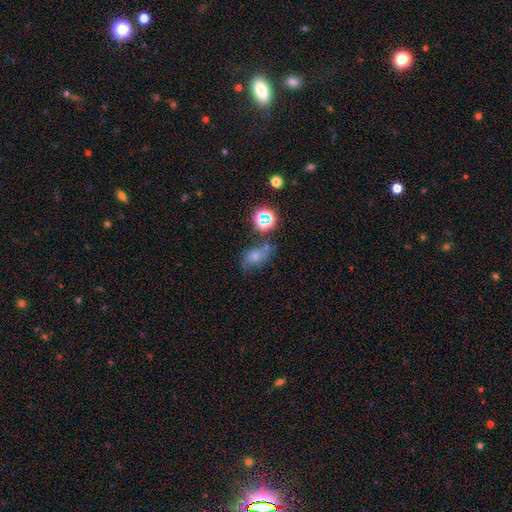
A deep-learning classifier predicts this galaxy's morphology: smooth_or_featured: smooth (p=0.49) [alt: featured or disk p=0.31]
merging: none (p=0.44) [alt: minor disturbance p=0.26]